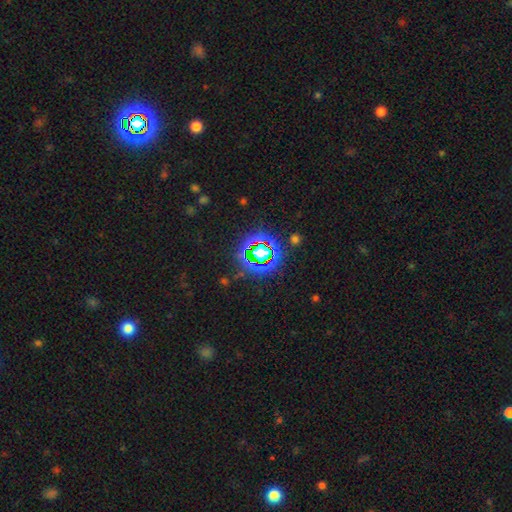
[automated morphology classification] Smooth or featured? Predicted: star or artifact (p=0.78).